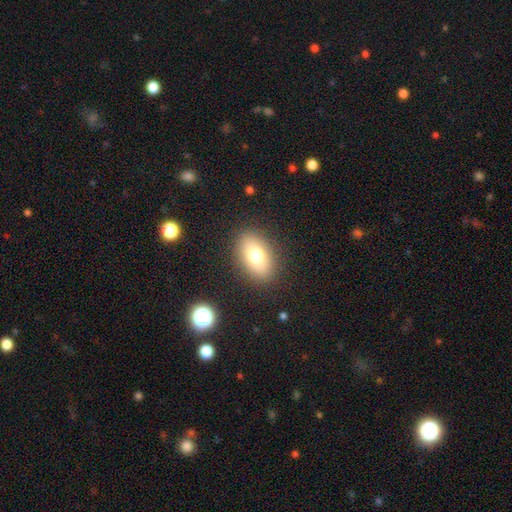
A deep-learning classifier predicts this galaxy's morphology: Smooth or featured?
  - smooth: 73% *
  - featured or disk: 16%
  - star or artifact: 11%
How rounded?
  - in between: 83% *
  - round: 15%
  - cigar-shaped: 2%
Merging?
  - none: 87% *
  - minor disturbance: 9%
  - major disturbance: 3%
  - merger: 1%